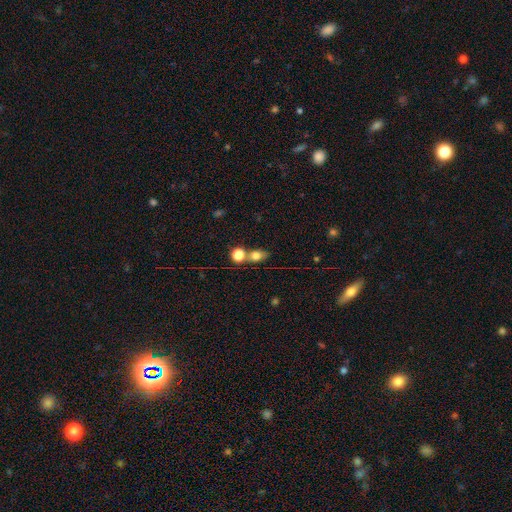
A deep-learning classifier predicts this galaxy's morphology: Overall: smooth (72%). How rounded: in between (56%; round 38%). Merging: none (51%; merger 32%).